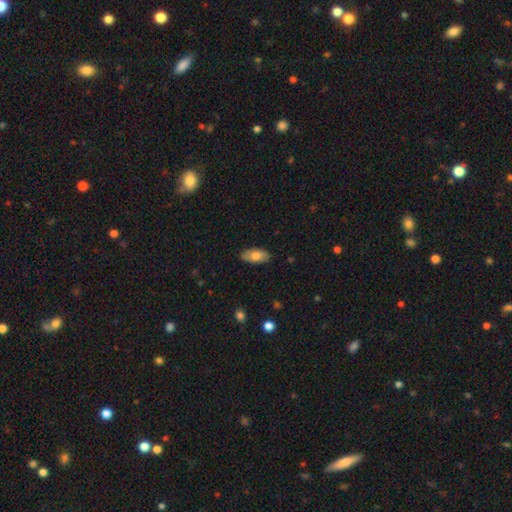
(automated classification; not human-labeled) Morphology: type=smooth (73%); roundness=in between (93%); merging=none (84%).